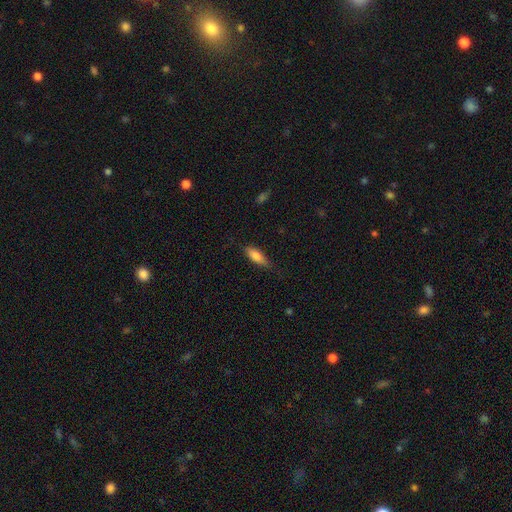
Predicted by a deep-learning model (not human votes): Smooth or featured? smooth (79%)
How rounded? in between (64%)
Merging? none (76%)